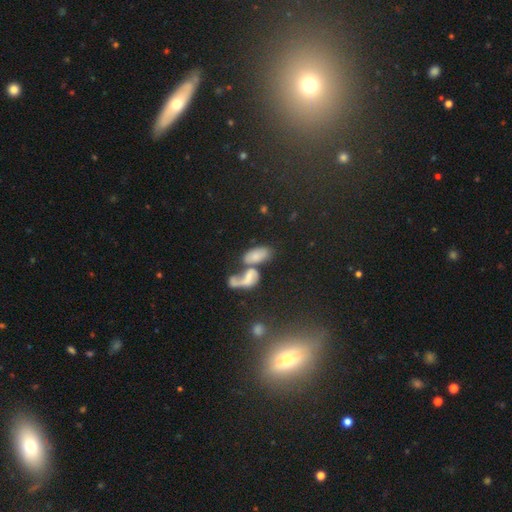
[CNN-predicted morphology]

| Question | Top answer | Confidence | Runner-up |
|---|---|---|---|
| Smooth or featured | smooth | 62% | featured or disk (23%) |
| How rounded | in between | 90% | round (6%) |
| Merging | merger | 56% | none (23%) |